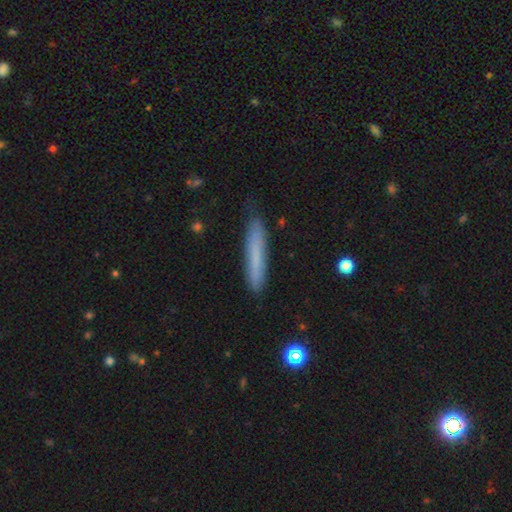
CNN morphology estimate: Smooth or featured? Predicted: smooth (p=0.70). How rounded? Predicted: cigar-shaped (p=0.94). Merging? Predicted: none (p=0.81).